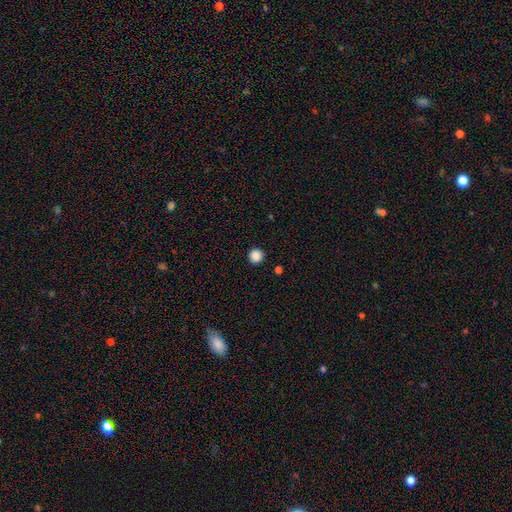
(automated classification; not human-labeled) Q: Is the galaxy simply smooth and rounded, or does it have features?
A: smooth — 88%.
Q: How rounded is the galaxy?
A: round — 96%.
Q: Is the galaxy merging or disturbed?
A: none — 93%.